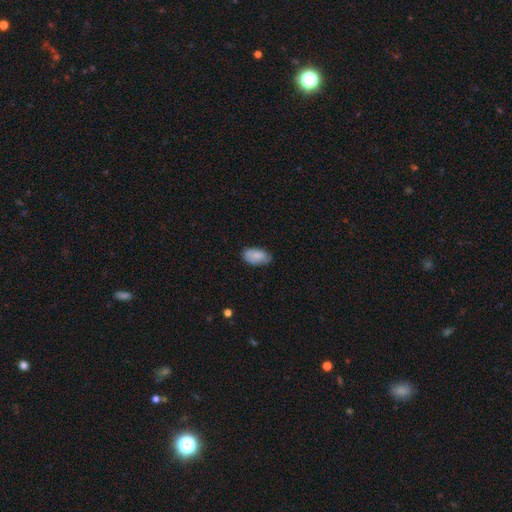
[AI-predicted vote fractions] Smooth or featured: smooth — 81% (featured or disk — 12%)
How rounded: in between — 94% (round — 4%)
Merging: none — 73% (minor disturbance — 22%)